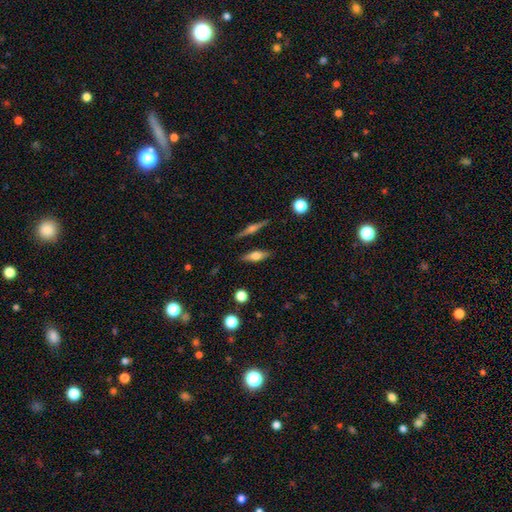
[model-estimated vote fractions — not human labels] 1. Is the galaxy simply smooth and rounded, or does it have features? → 49% smooth, 43% featured or disk, 8% star or artifact.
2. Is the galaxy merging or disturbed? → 83% none, 11% minor disturbance, 3% merger, 3% major disturbance.